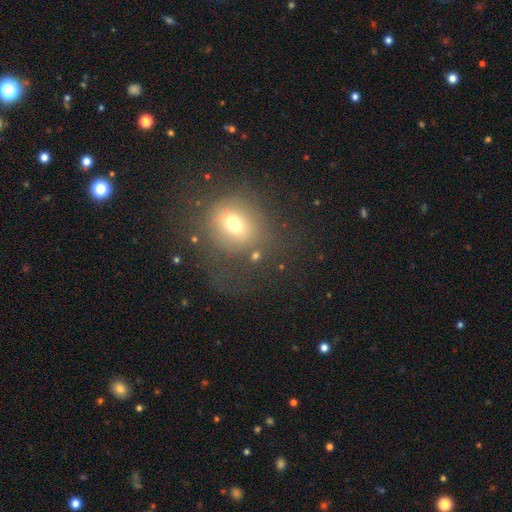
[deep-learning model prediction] Smooth or featured? Predicted: smooth (p=0.62). How rounded? Predicted: round (p=0.69). Merging? Predicted: none (p=0.54).